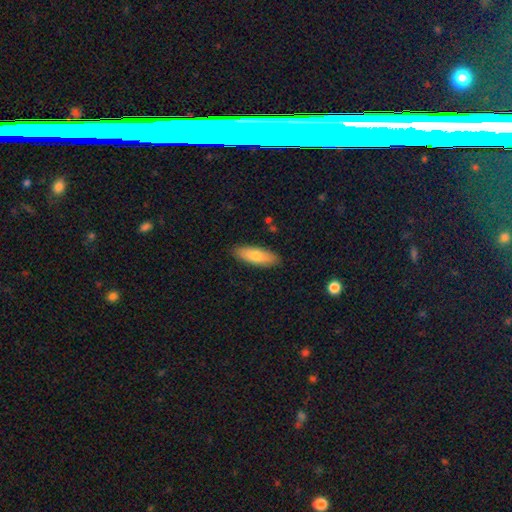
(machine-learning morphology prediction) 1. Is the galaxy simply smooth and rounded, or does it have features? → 76% smooth, 18% featured or disk, 6% star or artifact.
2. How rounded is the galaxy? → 60% in between, 38% cigar-shaped, 2% round.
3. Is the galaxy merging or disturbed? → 88% none, 9% minor disturbance, 2% major disturbance, 1% merger.